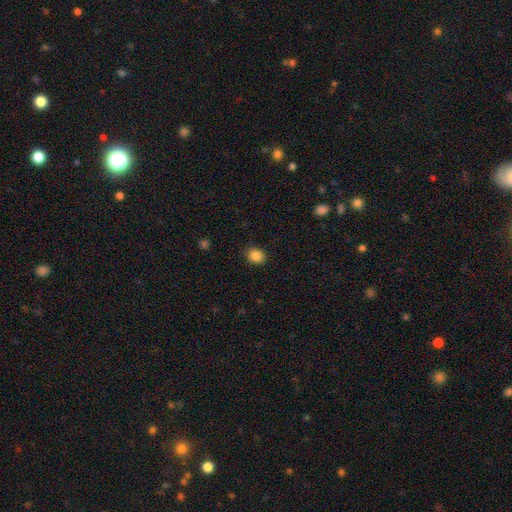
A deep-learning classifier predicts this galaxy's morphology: smooth 85%, star or artifact 10%, featured or disk 4%. Down the decision tree: how rounded — round (67%); merging — none (88%).